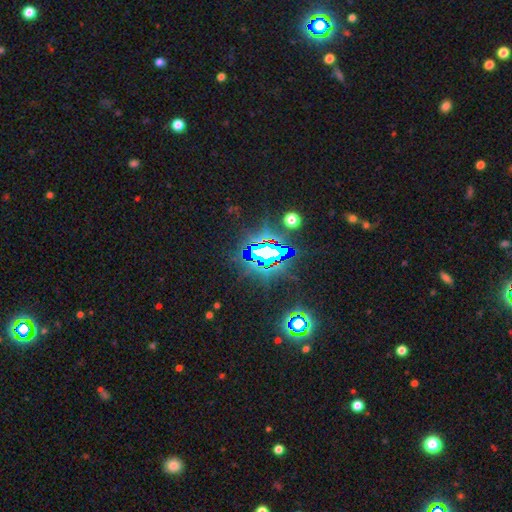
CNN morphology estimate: A star or artifact, not a galaxy (83%).